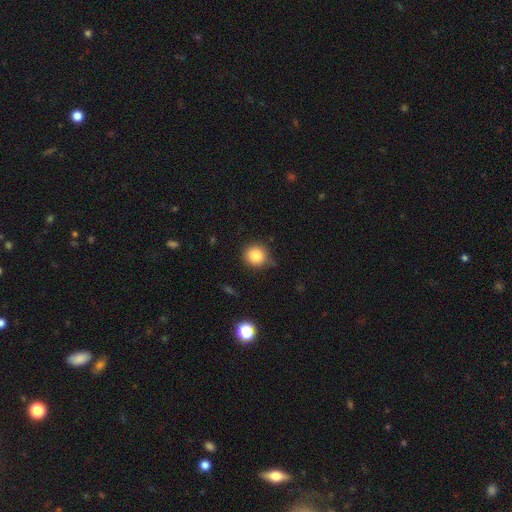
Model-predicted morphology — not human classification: Smooth or featured? smooth (83%)
How rounded? round (92%)
Merging? none (80%)